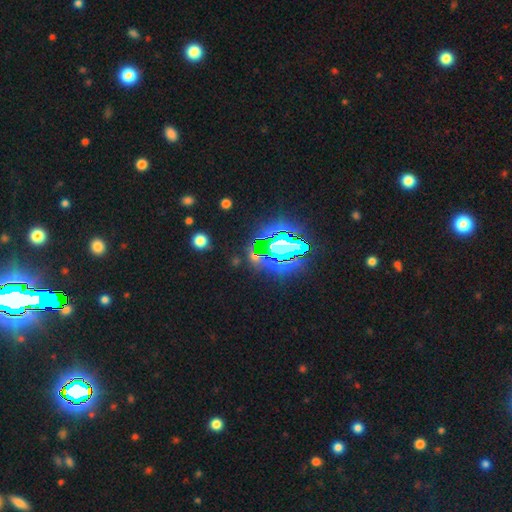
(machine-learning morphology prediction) type=star or artifact (70%).